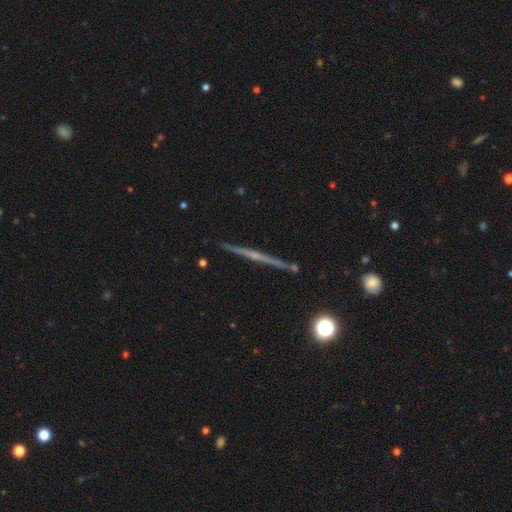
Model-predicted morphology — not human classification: Overall: featured or disk (74%). Edge-on disk: yes (98%). Edge-on bulge: none (58%; rounded 35%). Merging: none (91%).